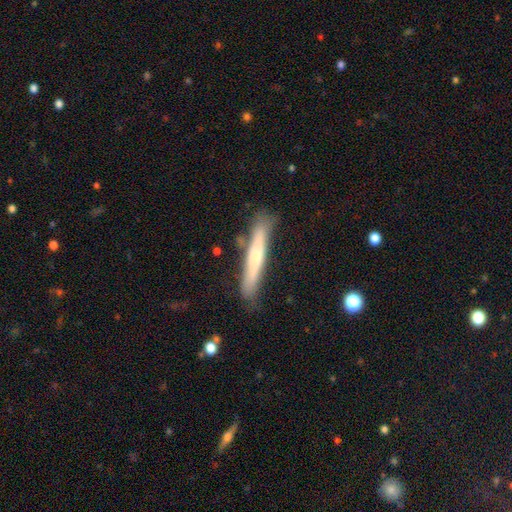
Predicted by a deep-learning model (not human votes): Smooth or featured? Predicted: smooth (p=0.53). How rounded? Predicted: cigar-shaped (p=0.94). Merging? Predicted: none (p=0.77).